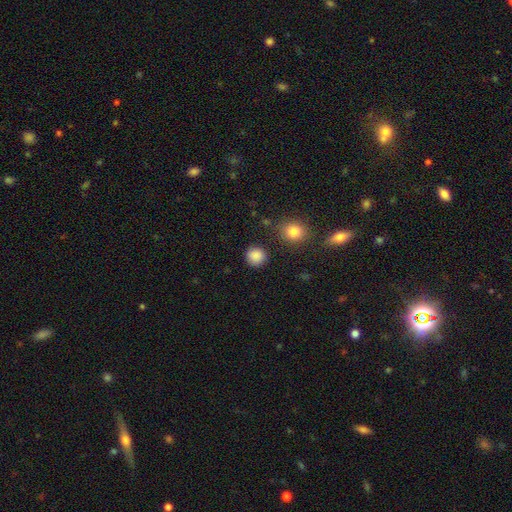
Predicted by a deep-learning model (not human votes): A smooth galaxy with no disk features (87%) that is round (91%). Merging: none (87%).